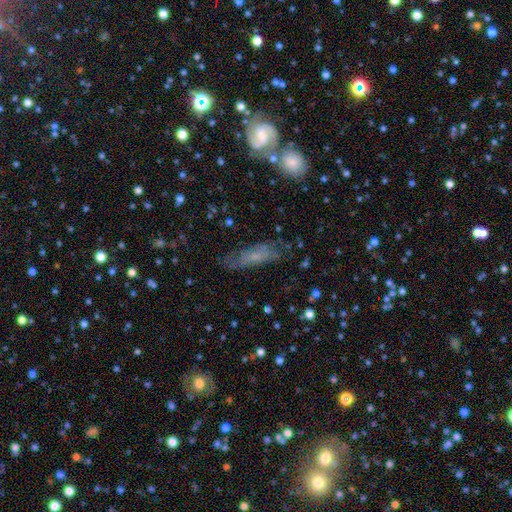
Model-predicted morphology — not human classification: smooth_or_featured: smooth (p=0.49) [alt: featured or disk p=0.38]
merging: none (p=0.61) [alt: minor disturbance p=0.24]